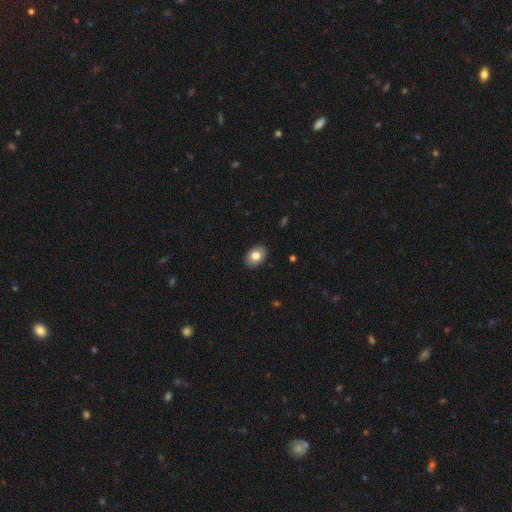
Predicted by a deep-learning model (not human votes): smooth_or_featured: smooth (p=0.80) [alt: featured or disk p=0.12]
how_rounded: in between (p=0.80) [alt: round p=0.19]
merging: none (p=0.89) [alt: minor disturbance p=0.08]